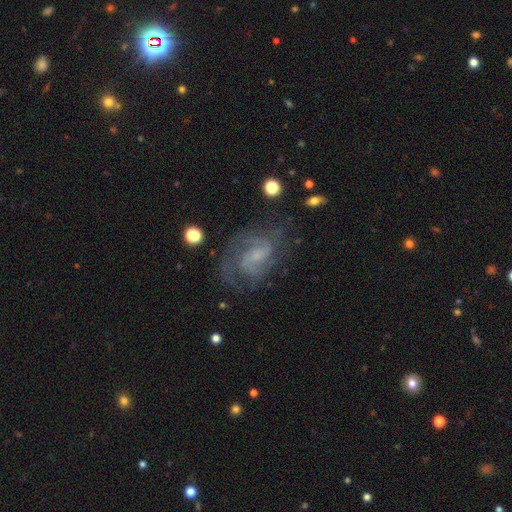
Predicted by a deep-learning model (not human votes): Smooth or featured? featured or disk (83%)
Edge-on disk? no (97%)
Bar? weak (51%)
Spiral arms? yes (95%)
Spiral winding? medium (50%)
Spiral arm count? 2 (68%)
Bulge size? small (58%)
Merging? none (69%)